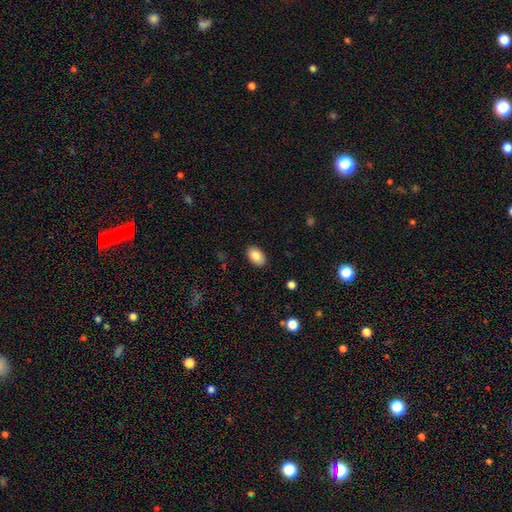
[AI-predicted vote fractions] This appears to be a smooth galaxy with no disk features (86%) that is in between round and cigar-shaped (91%). Merging: none (89%).